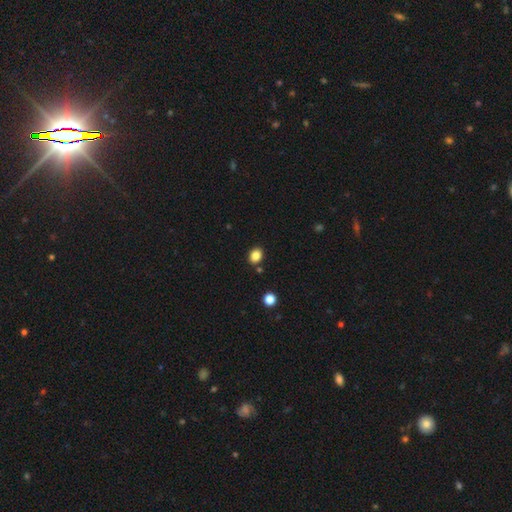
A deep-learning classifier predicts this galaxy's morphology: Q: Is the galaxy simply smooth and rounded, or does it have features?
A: smooth — 85%.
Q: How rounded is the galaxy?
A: in between — 51%.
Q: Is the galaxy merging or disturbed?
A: none — 85%.